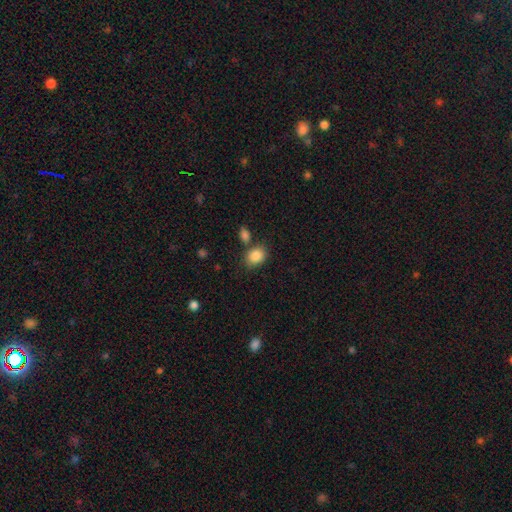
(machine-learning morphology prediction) type=smooth (87%); roundness=in between (59%); merging=none (69%).